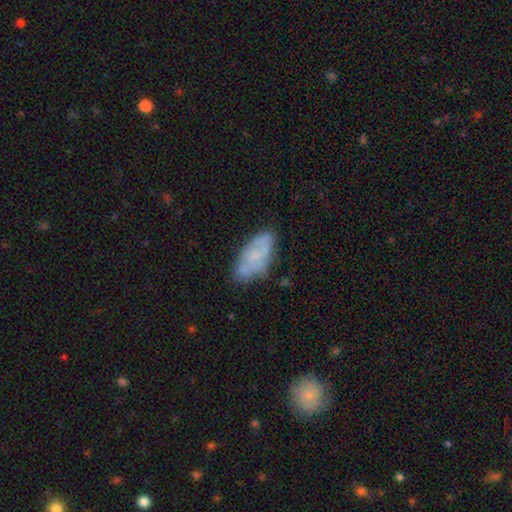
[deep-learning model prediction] smooth 51%, featured or disk 41%, star or artifact 8%. Down the decision tree: how rounded — in between (87%); merging — none (64%).